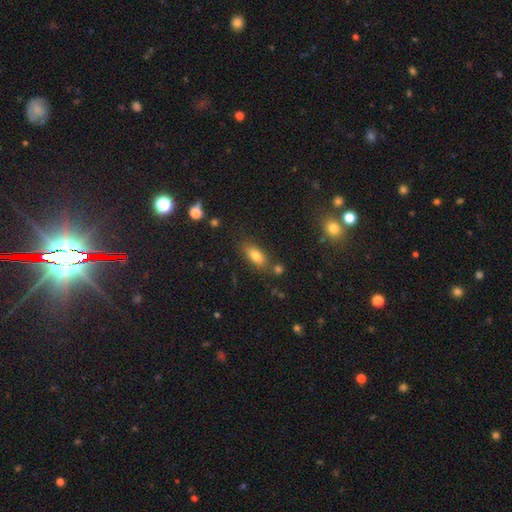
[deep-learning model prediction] Morphology: type=smooth (79%); roundness=in between (83%); merging=none (74%).